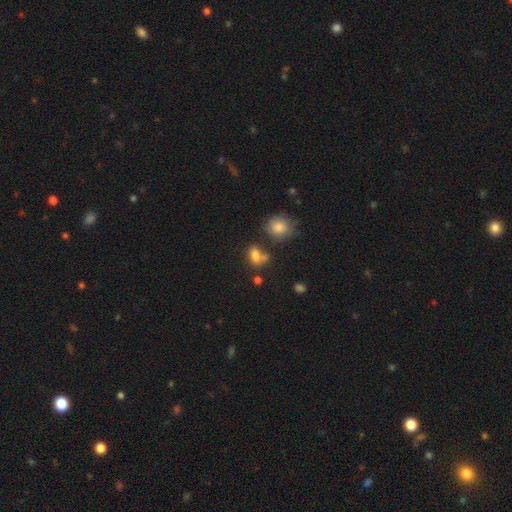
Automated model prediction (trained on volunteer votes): Smooth or featured? Predicted: smooth (p=0.78). How rounded? Predicted: in between (p=0.76). Merging? Predicted: none (p=0.49).